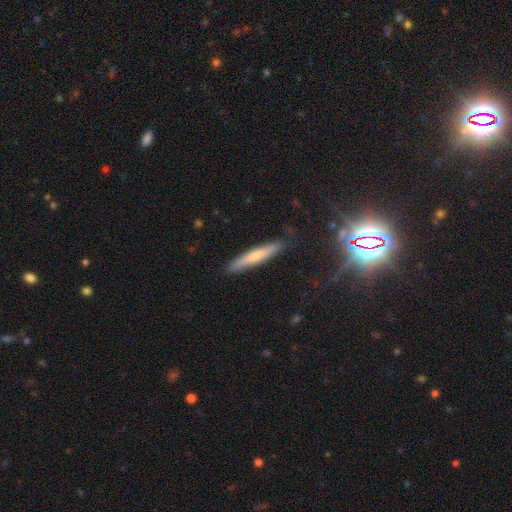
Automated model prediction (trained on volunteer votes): Smooth or featured: smooth — 64% (featured or disk — 30%)
How rounded: cigar-shaped — 92% (in between — 7%)
Merging: none — 87% (minor disturbance — 10%)